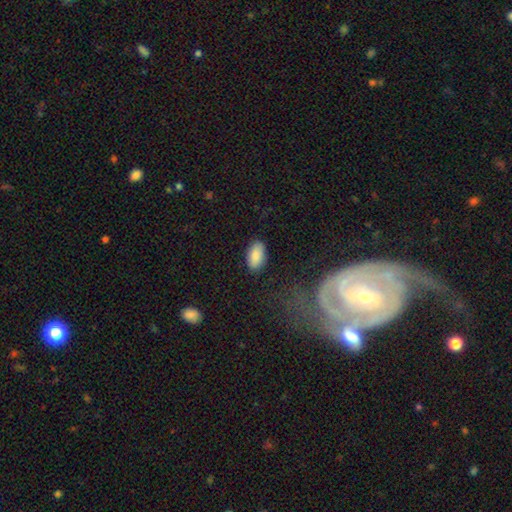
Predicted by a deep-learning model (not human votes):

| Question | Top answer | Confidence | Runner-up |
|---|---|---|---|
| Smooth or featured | smooth | 87% | star or artifact (7%) |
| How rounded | in between | 94% | round (3%) |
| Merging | none | 85% | minor disturbance (11%) |